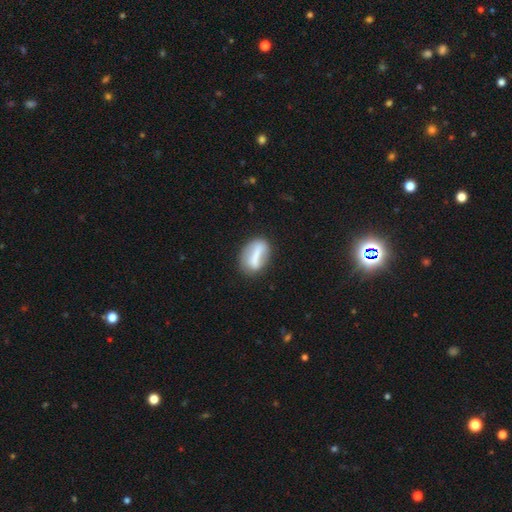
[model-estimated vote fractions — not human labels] smooth 57%, featured or disk 35%, star or artifact 8%. Down the decision tree: how rounded — in between (71%); merging — none (64%).